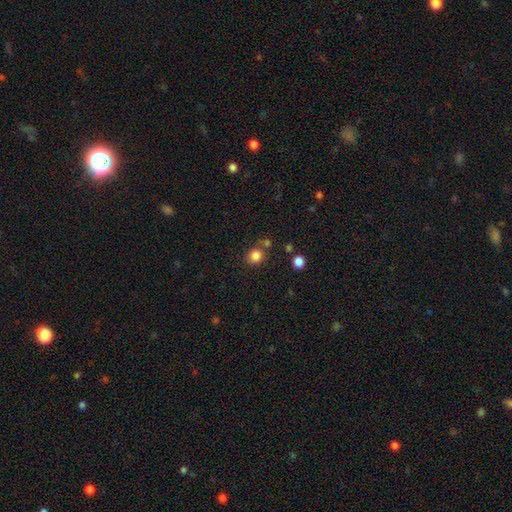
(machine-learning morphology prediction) Smooth or featured: smooth — 84% (star or artifact — 12%)
How rounded: round — 84% (in between — 15%)
Merging: none — 71% (merger — 14%)